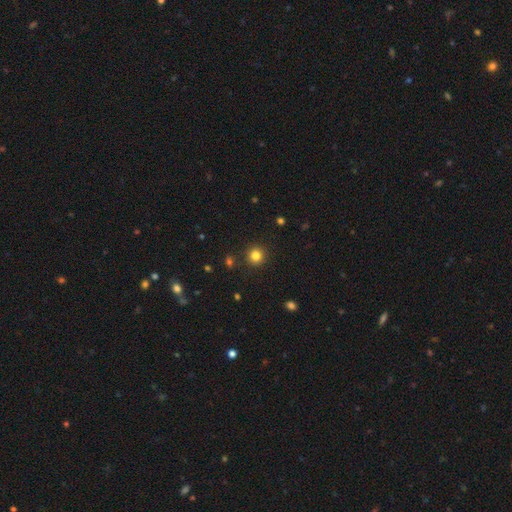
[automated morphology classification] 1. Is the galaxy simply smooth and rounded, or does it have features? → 82% smooth, 13% star or artifact, 5% featured or disk.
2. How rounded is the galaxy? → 94% round, 5% in between, 1% cigar-shaped.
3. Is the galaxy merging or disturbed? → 91% none, 5% minor disturbance, 2% major disturbance, 2% merger.